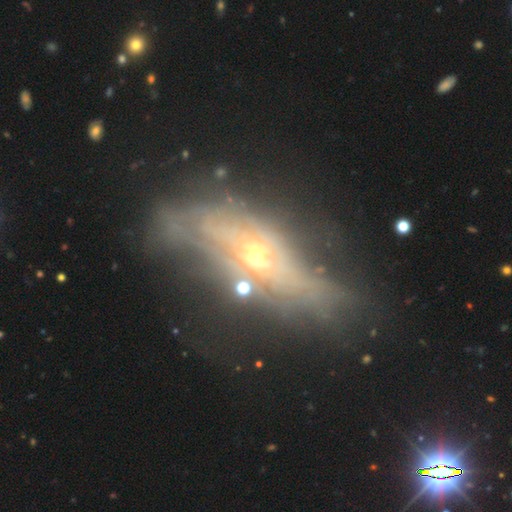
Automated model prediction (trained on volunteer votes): Overall: featured or disk (71%). Edge-on disk: no (50%, tied with yes). Merging: none (48%; minor disturbance 24%).